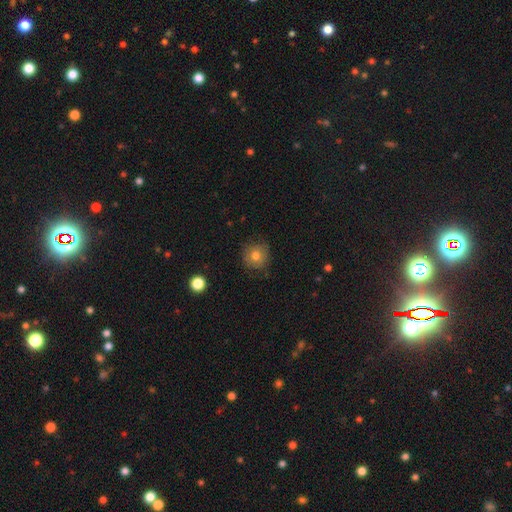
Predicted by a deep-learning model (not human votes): Smooth or featured? Predicted: smooth (p=0.74). How rounded? Predicted: round (p=0.89). Merging? Predicted: none (p=0.79).